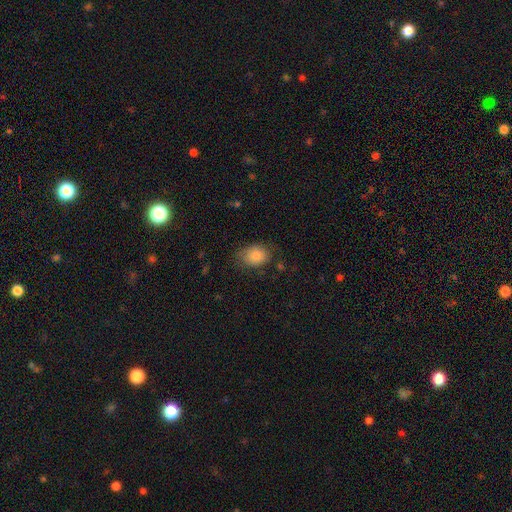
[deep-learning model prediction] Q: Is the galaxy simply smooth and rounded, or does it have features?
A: smooth — 83%.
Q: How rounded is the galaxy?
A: in between — 71%.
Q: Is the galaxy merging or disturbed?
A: none — 72%.